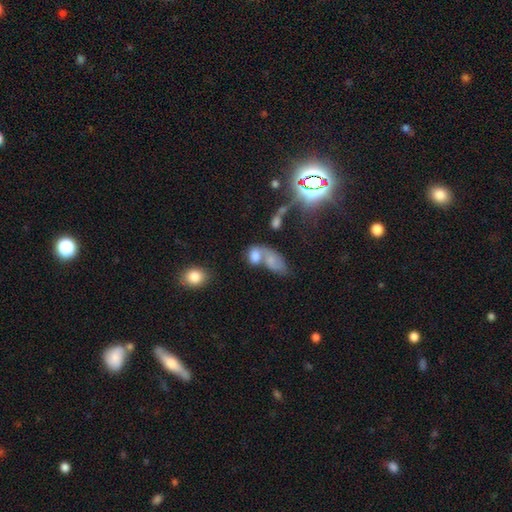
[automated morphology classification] Smooth or featured: smooth — 71% (featured or disk — 17%)
How rounded: in between — 76% (round — 20%)
Merging: merger — 60% (none — 22%)